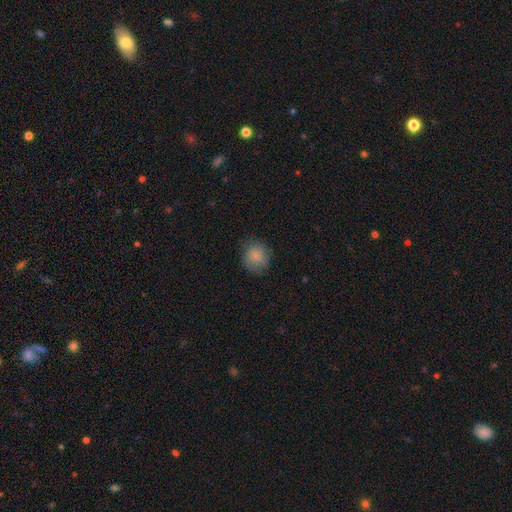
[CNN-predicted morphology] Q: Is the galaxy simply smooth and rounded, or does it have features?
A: smooth — 84%.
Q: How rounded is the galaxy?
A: round — 79%.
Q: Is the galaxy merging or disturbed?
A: none — 75%.